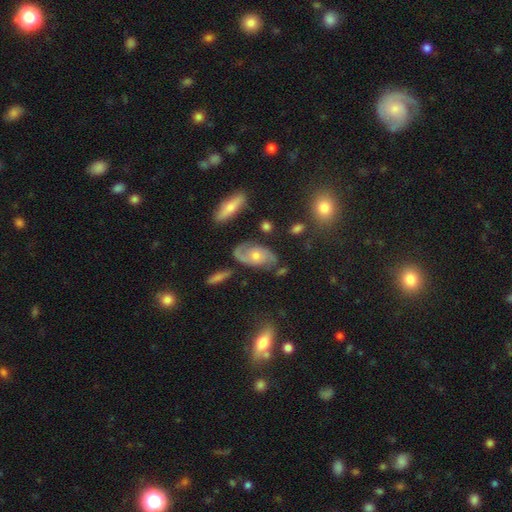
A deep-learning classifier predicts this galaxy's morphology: smooth-or-featured: featured or disk: 71% | smooth: 20% | star or artifact: 9%
  disk-edge-on: no: 92% | yes: 8%
    bar: no: 74% | weak: 22% | strong: 4%
    has-spiral-arms: yes: 88% | no: 12%
      spiral-winding: medium: 43% | tight: 34% | loose: 24%
      spiral-arm-count: 2: 70% | can't tell: 15% | 1: 8% | 3: 4% | 4: 2% | more than 4: 2%
    bulge-size: moderate: 56% | small: 34% | large: 5% | none: 3% | dominant: 1%
  merging: none: 64% | minor disturbance: 22% | major disturbance: 10% | merger: 5%